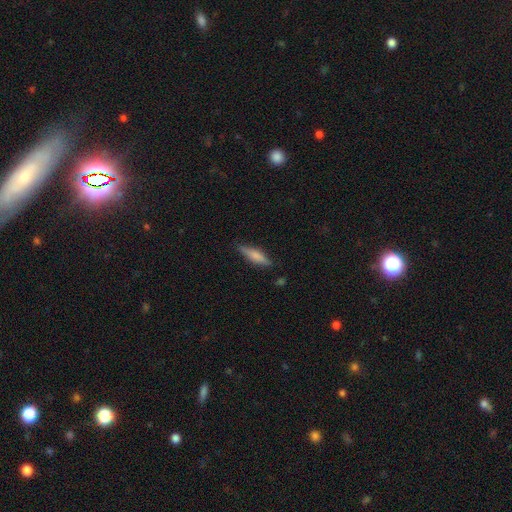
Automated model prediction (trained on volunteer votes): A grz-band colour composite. It shows a smooth galaxy with no disk features (66%) that is cigar-shaped (69%). Merging: none (82%).